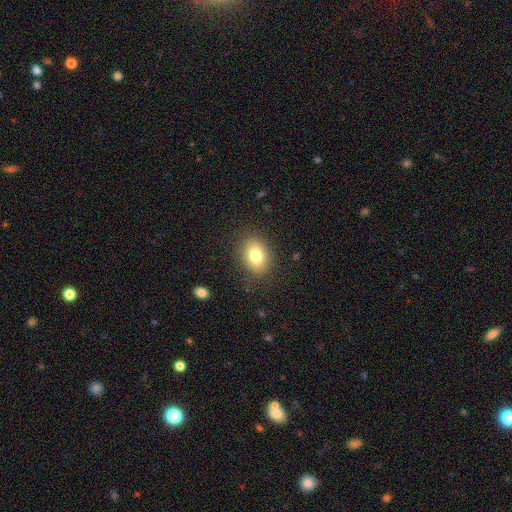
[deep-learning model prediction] Morphology: type=smooth (79%); roundness=in between (71%); merging=none (83%).